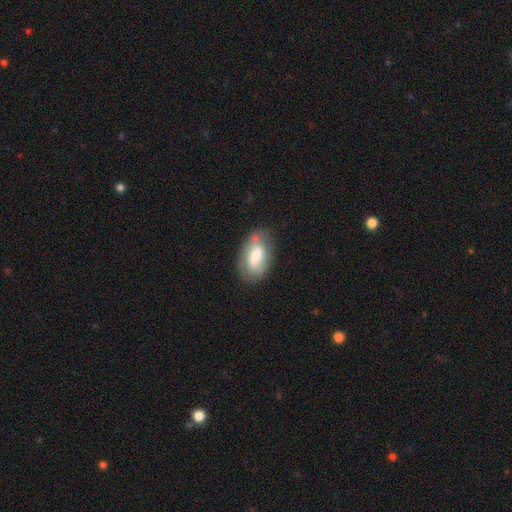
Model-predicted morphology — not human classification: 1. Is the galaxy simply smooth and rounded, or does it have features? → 67% smooth, 26% featured or disk, 7% star or artifact.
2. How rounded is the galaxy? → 93% in between, 4% round, 3% cigar-shaped.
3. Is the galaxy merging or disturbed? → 69% none, 23% minor disturbance, 6% major disturbance, 3% merger.